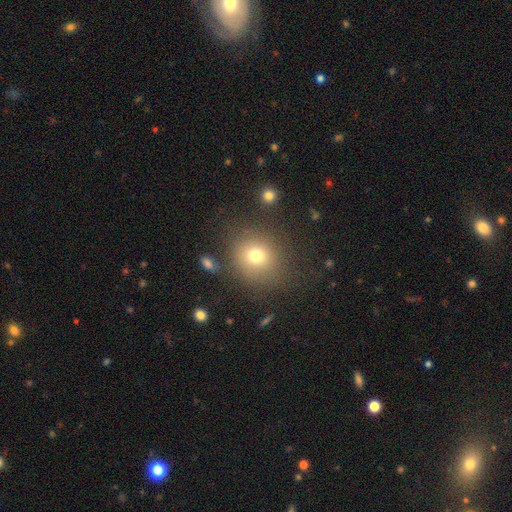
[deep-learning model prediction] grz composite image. It shows a smooth galaxy with no disk features (74%) that is round (79%). Merging: none (77%).